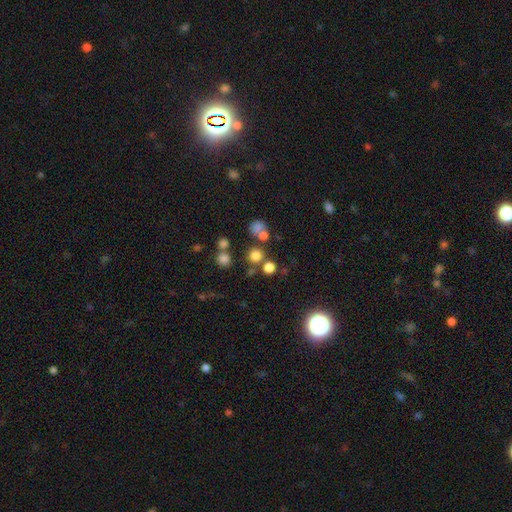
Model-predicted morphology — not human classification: Smooth or featured? smooth (72%)
How rounded? round (91%)
Merging? none (70%)